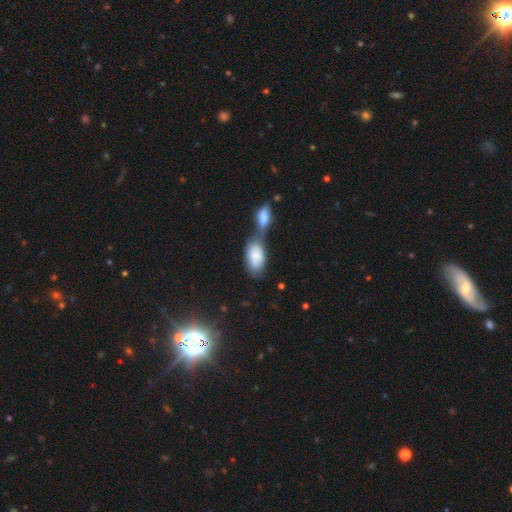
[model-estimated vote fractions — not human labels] Smooth or featured? Predicted: smooth (p=0.78). How rounded? Predicted: in between (p=0.93). Merging? Predicted: merger (p=0.57).